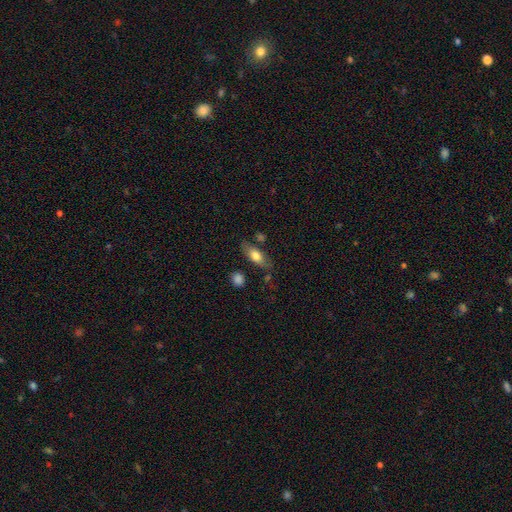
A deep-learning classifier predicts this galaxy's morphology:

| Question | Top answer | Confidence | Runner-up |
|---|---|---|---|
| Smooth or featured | smooth | 69% | featured or disk (25%) |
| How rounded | in between | 73% | cigar-shaped (23%) |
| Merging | none | 74% | minor disturbance (16%) |